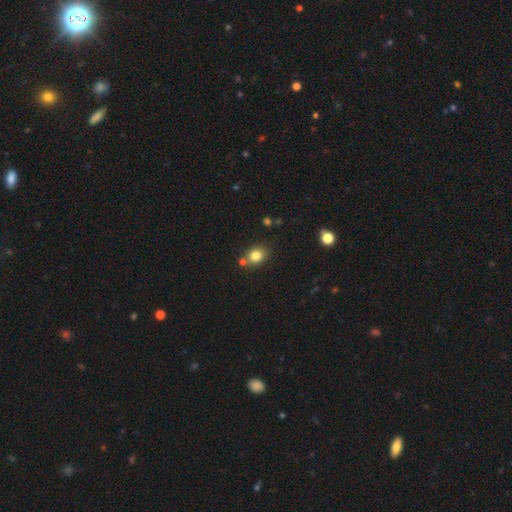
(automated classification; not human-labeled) smooth_or_featured: smooth (p=0.81) [alt: star or artifact p=0.12]
how_rounded: round (p=0.58) [alt: in between p=0.41]
merging: none (p=0.72) [alt: merger p=0.13]